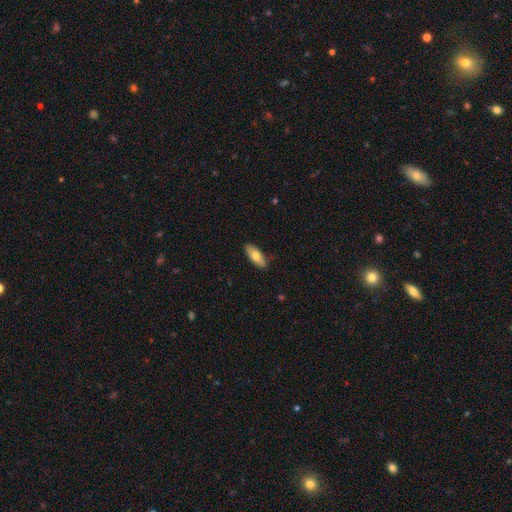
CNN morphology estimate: type=smooth (70%); roundness=in between (76%); merging=none (85%).